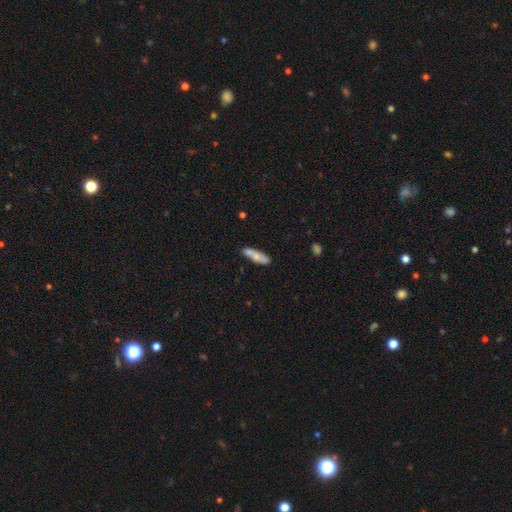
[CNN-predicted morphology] smooth 68%, featured or disk 25%, star or artifact 7%. Down the decision tree: how rounded — cigar-shaped (58%); merging — none (56%).